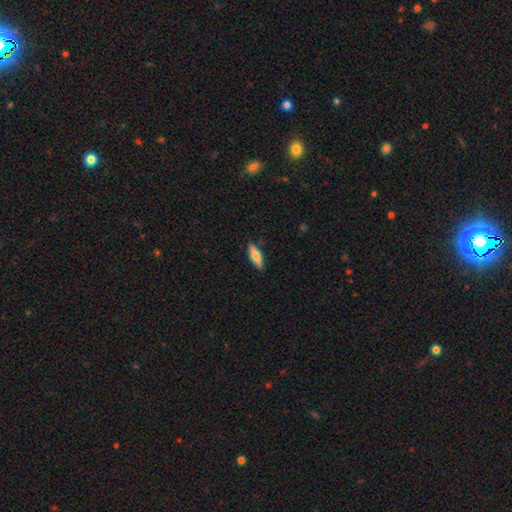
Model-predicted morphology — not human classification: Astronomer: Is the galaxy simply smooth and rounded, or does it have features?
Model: smooth — 60%.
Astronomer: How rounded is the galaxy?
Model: cigar-shaped — 54% (runner-up: in between, 43%).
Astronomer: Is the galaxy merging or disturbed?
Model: none — 87%.